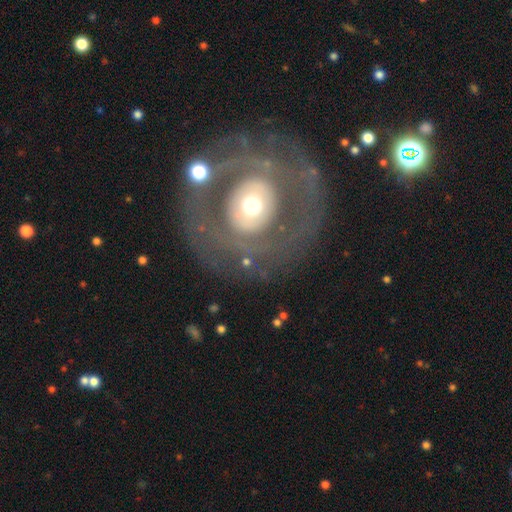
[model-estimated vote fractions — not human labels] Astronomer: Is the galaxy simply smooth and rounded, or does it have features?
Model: featured or disk — 71%.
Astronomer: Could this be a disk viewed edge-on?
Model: no — 96%.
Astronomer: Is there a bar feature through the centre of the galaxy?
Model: no — 73%.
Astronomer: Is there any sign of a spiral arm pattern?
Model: no — 56% (runner-up: yes, 44%).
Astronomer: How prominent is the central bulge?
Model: moderate — 51% (runner-up: small, 30%).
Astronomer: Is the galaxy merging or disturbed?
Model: none — 75%.